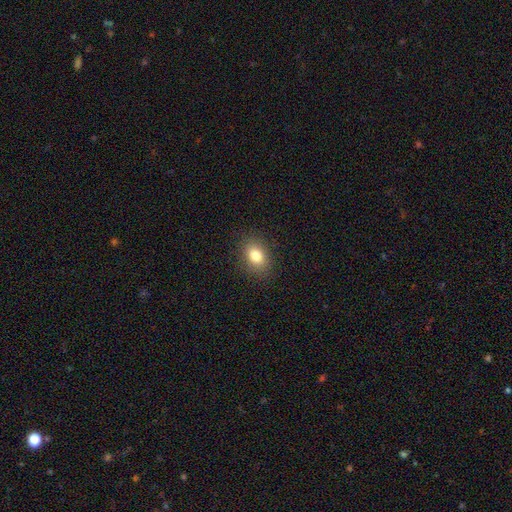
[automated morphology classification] A smooth galaxy with no disk features (82%) that is in between round and cigar-shaped (74%). Merging: none (87%).